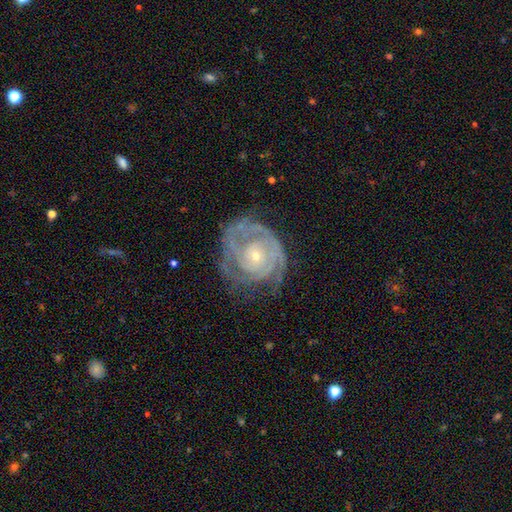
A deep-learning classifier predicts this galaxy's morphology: The model was most divided on "spiral arm count": can't tell: 30%, 2: 26%, 3: 22%, 4: 10%, 1: 6%, more than 4: 6%. More confident: edge-on disk — no (98%); spiral arms — yes (94%); smooth or featured — featured or disk (86%); bar — no (78%); bulge size — small (76%); spiral winding — tight (73%); merging — none (64%).